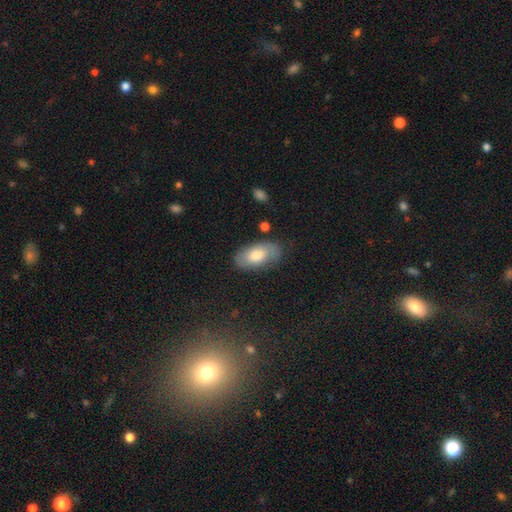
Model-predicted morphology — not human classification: A smooth galaxy with no disk features (68%) that is in between round and cigar-shaped (94%).

Vote fractions:
- Smooth or featured? smooth: 68% / featured or disk: 26% / star or artifact: 7%
- How rounded? in between: 94% / cigar-shaped: 3% / round: 3%
- Merging? none: 74% / minor disturbance: 19% / major disturbance: 5% / merger: 2%